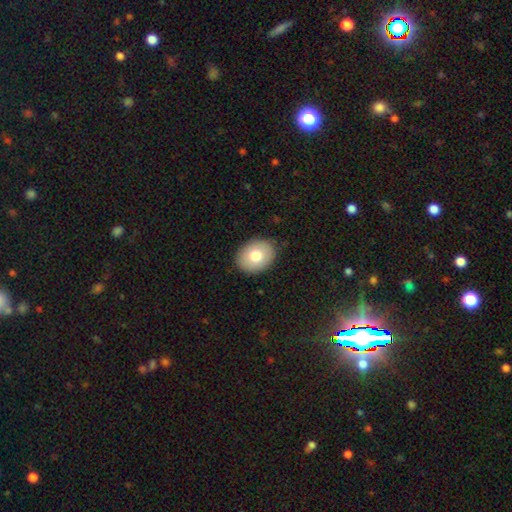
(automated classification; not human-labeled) This appears to be a smooth galaxy with no disk features (77%) that is in between round and cigar-shaped (64%). Merging: none (88%).